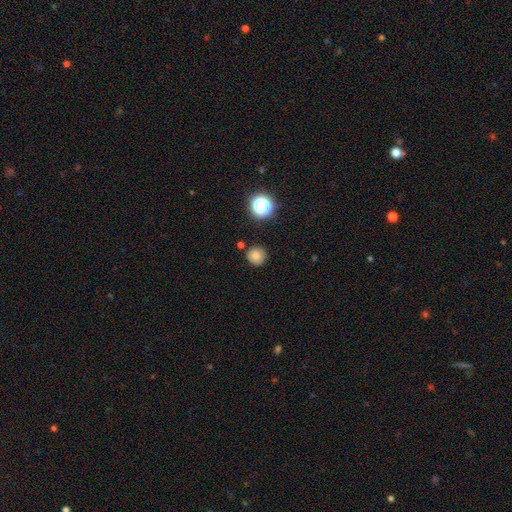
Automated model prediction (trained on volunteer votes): smooth-or-featured: smooth: 77% | star or artifact: 14% | featured or disk: 8%
  how-rounded: round: 94% | in between: 5% | cigar-shaped: 1%
  merging: none: 86% | minor disturbance: 9% | merger: 3% | major disturbance: 2%